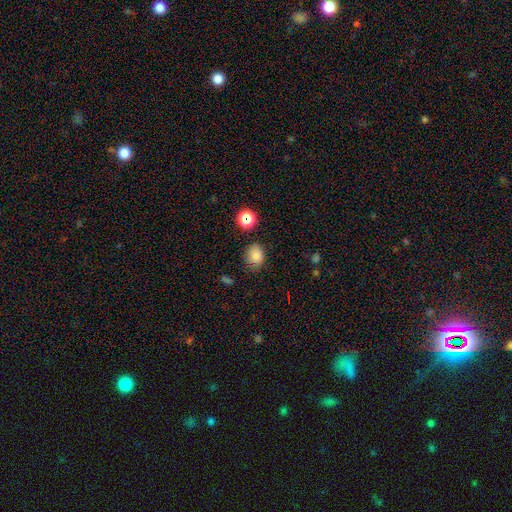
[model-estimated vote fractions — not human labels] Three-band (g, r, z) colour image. It shows a smooth galaxy with no disk features (82%) that is in between round and cigar-shaped (53%). Merging: none (73%).